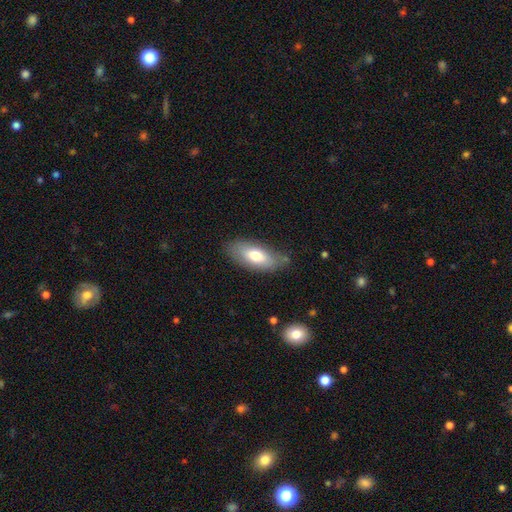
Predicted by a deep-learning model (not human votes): This appears to be a smooth galaxy with no disk features (72%) that is in between round and cigar-shaped (85%). Merging: none (77%).